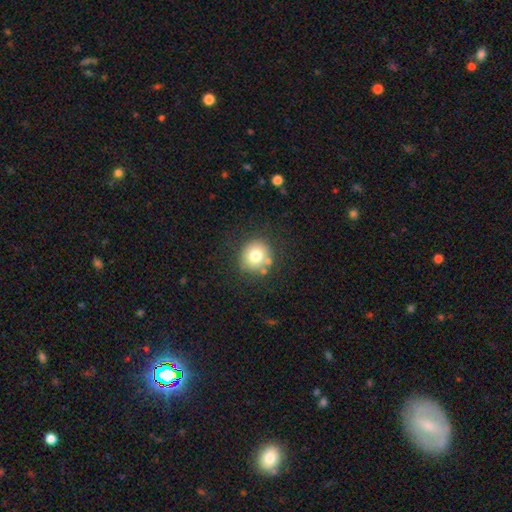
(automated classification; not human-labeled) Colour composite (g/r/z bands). It shows a smooth galaxy with no disk features (74%) that is round (89%). Merging: none (77%).